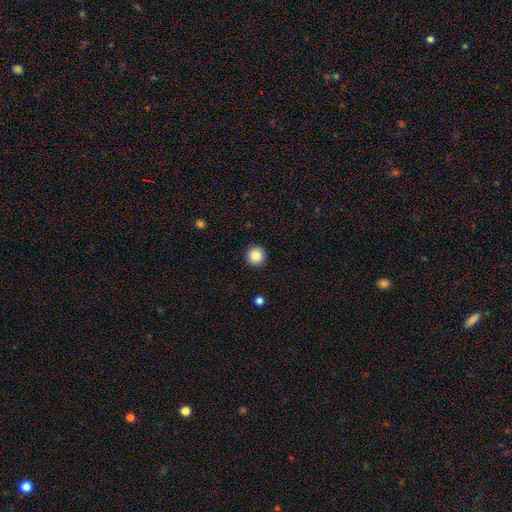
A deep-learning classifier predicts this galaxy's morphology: A smooth galaxy with no disk features (86%) that is round (96%).

Vote fractions:
- Smooth or featured? smooth: 86% / star or artifact: 9% / featured or disk: 4%
- How rounded? round: 96% / in between: 3% / cigar-shaped: 1%
- Merging? none: 93% / minor disturbance: 4% / major disturbance: 1% / merger: 1%